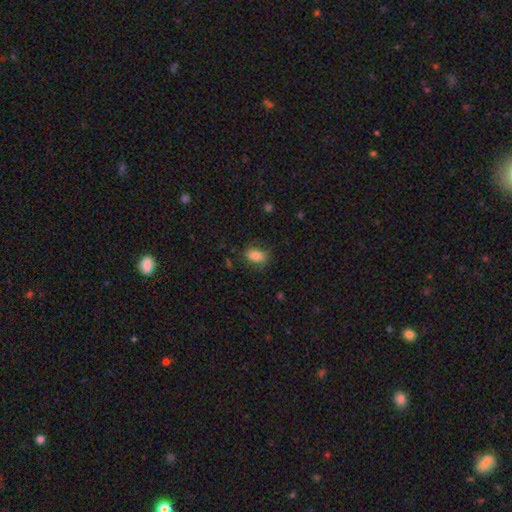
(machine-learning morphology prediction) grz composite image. It shows a smooth galaxy with no disk features (82%) that is in between round and cigar-shaped (85%). Merging: none (77%).